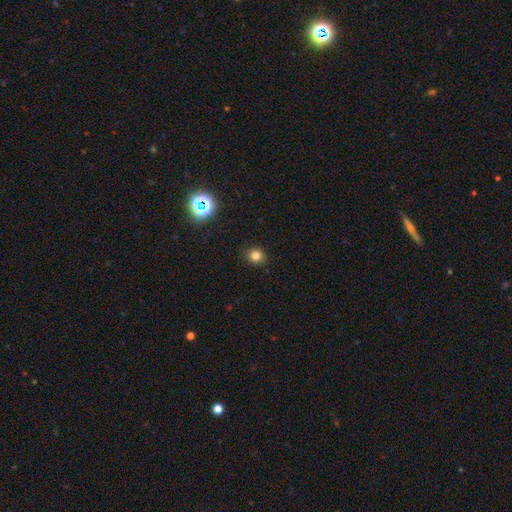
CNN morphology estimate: Smooth or featured? Predicted: smooth (p=0.78). How rounded? Predicted: round (p=0.79). Merging? Predicted: none (p=0.87).